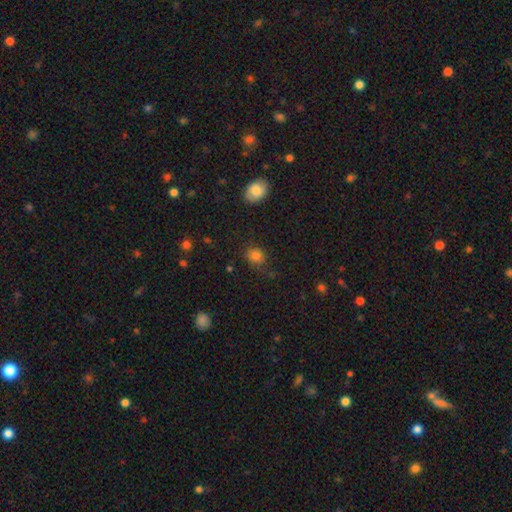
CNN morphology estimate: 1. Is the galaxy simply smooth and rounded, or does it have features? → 81% smooth, 13% star or artifact, 7% featured or disk.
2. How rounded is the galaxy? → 58% round, 41% in between, 1% cigar-shaped.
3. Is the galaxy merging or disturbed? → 74% none, 18% minor disturbance, 5% major disturbance, 2% merger.